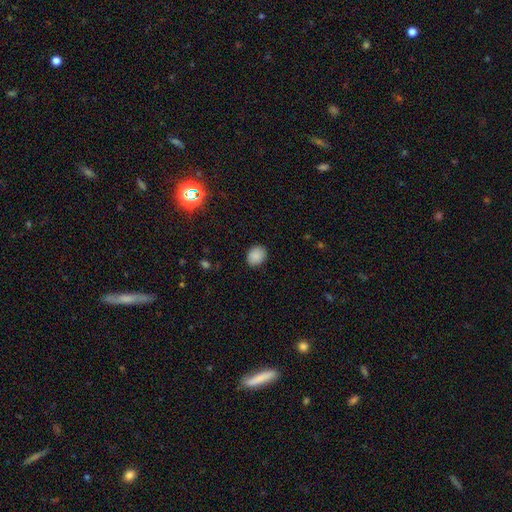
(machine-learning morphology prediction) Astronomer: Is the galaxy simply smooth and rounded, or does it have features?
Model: smooth — 88%.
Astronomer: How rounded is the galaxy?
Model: in between — 58% (runner-up: round, 41%).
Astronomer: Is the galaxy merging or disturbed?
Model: none — 87%.